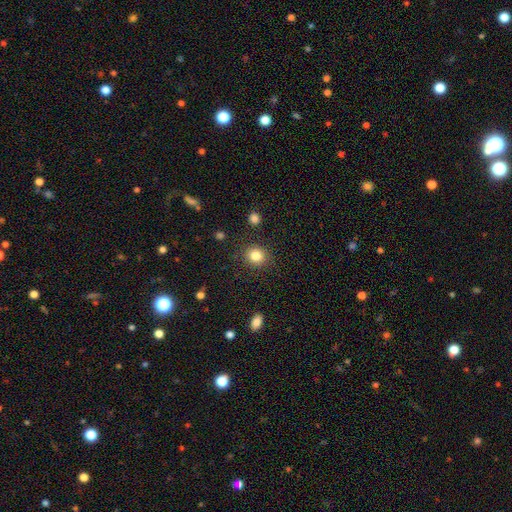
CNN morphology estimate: This is clearly a smooth galaxy (83%). How rounded: clearly round (81%). Merging: clearly none (88%).